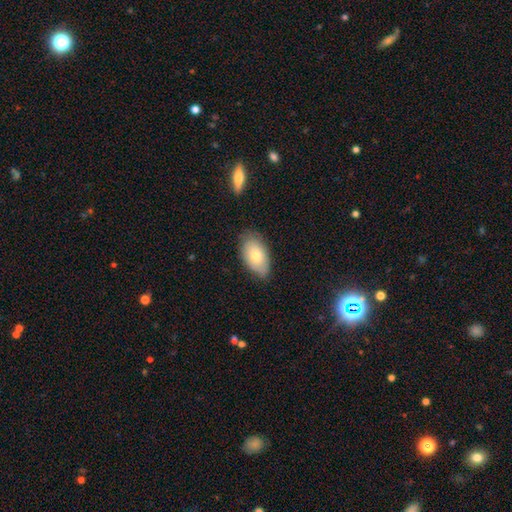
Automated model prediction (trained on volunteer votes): Overall: smooth (73%). How rounded: in between (93%). Merging: none (76%).